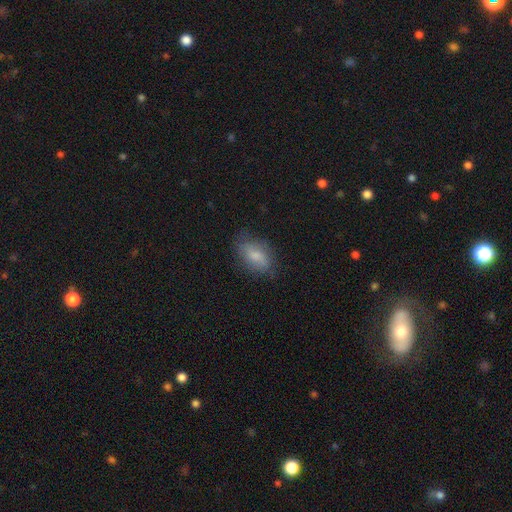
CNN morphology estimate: Q: Smooth or featured?
A: smooth (72%); runner-up: featured or disk (21%)
Q: How rounded?
A: in between (89%); runner-up: round (8%)
Q: Merging?
A: none (69%); runner-up: minor disturbance (23%)